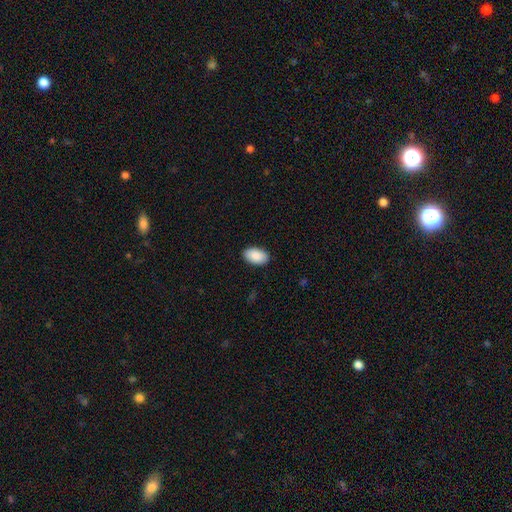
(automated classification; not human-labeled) smooth-or-featured: smooth: 90% | star or artifact: 6% | featured or disk: 4%
  how-rounded: in between: 95% | round: 4% | cigar-shaped: 1%
  merging: none: 89% | minor disturbance: 8% | major disturbance: 2% | merger: 1%